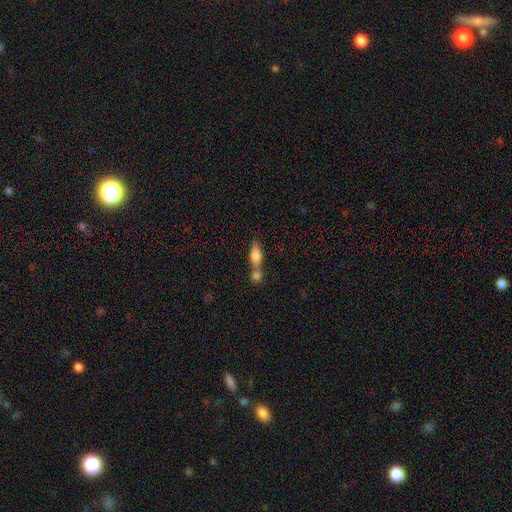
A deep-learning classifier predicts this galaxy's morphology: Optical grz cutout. It shows a smooth galaxy with no disk features (72%) that is in between round and cigar-shaped (56%). Merging: merger (51%).